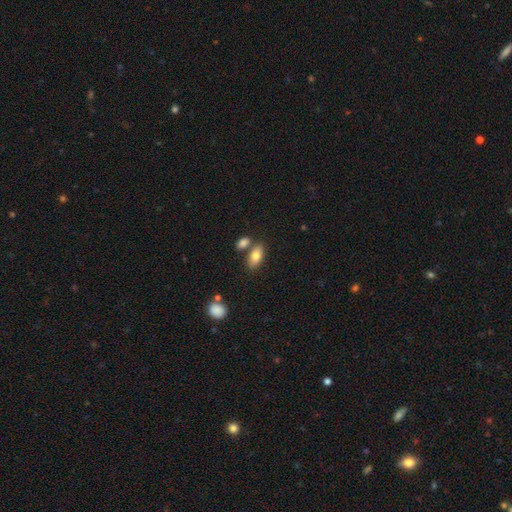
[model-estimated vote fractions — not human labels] This appears to be a smooth galaxy with no disk features (80%) that is in between round and cigar-shaped (89%). Merging: none (65%).